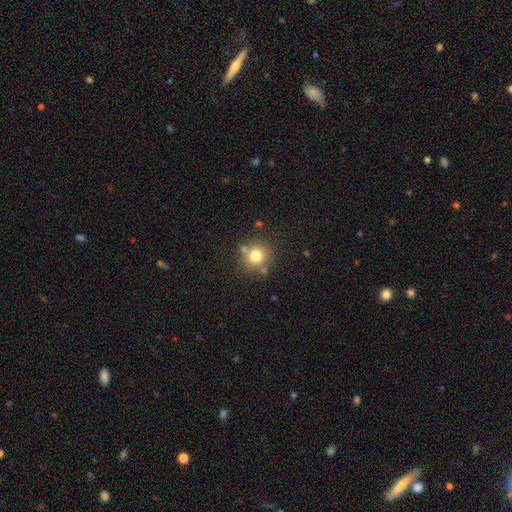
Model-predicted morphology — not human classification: This appears to be a smooth galaxy with no disk features (76%) that is round (91%). Merging: none (76%).